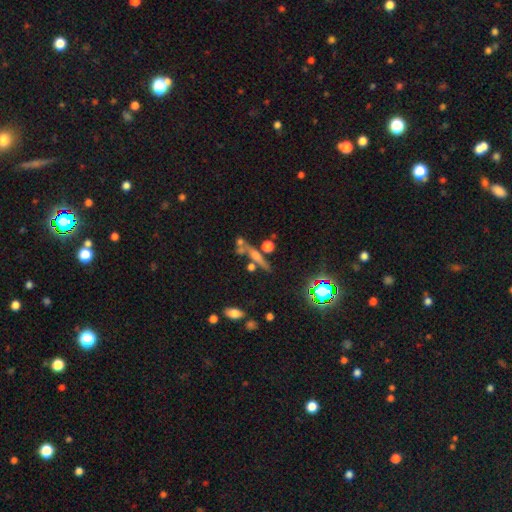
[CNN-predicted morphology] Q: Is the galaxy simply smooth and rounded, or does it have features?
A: featured or disk — 41%.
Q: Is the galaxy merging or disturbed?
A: none — 59%.